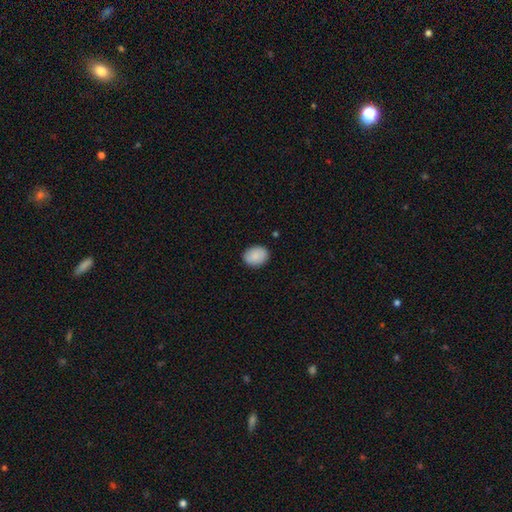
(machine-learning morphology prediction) This appears to be a smooth galaxy with no disk features (88%) that is in between round and cigar-shaped (59%). Merging: none (88%).